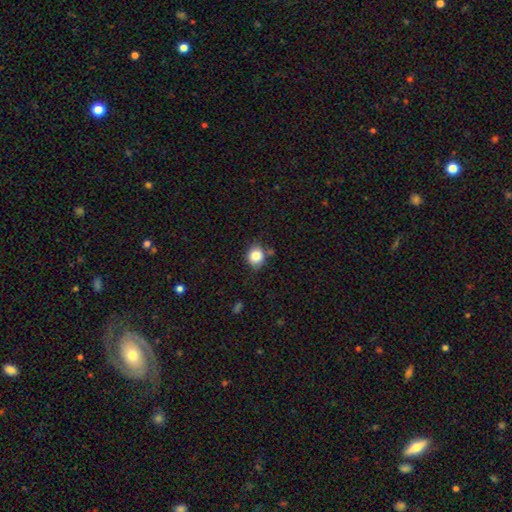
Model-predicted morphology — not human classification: smooth-or-featured: smooth: 82% | star or artifact: 10% | featured or disk: 8%
  how-rounded: round: 66% | in between: 33% | cigar-shaped: 1%
  merging: none: 75% | minor disturbance: 17% | merger: 5% | major disturbance: 4%